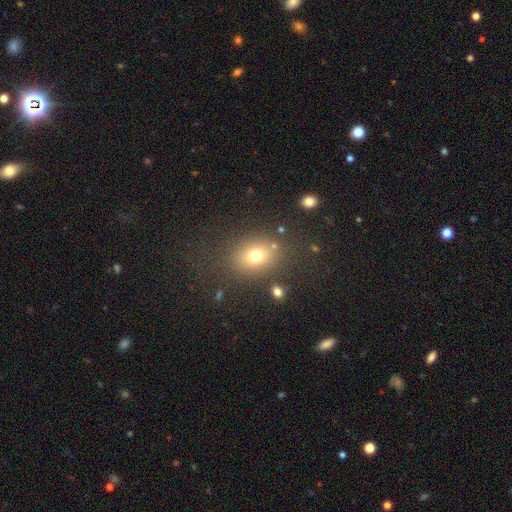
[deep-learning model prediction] smooth-or-featured: smooth: 73% | star or artifact: 16% | featured or disk: 11%
  how-rounded: in between: 57% | round: 41% | cigar-shaped: 1%
  merging: none: 79% | minor disturbance: 11% | major disturbance: 6% | merger: 4%